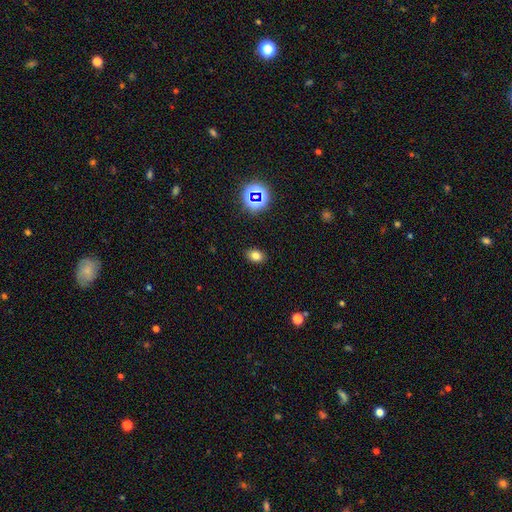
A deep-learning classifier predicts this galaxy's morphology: Q: Smooth or featured?
A: smooth (77%); runner-up: star or artifact (16%)
Q: How rounded?
A: in between (71%); runner-up: round (28%)
Q: Merging?
A: none (88%); runner-up: minor disturbance (8%)